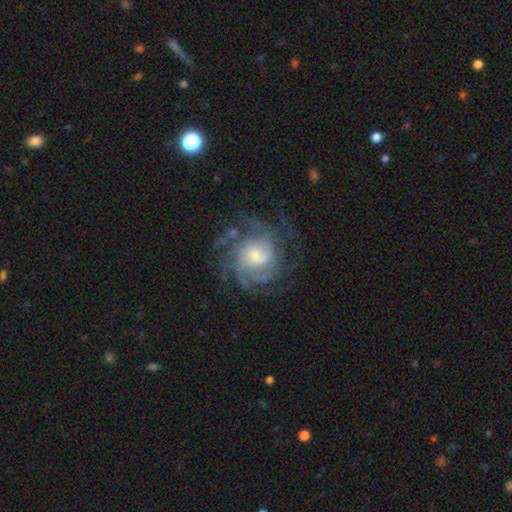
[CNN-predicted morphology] Smooth or featured? Predicted: featured or disk (p=0.83). Edge-on disk? Predicted: no (p=0.98). Bar? Predicted: no (p=0.58). Spiral arms? Predicted: yes (p=0.95). Spiral winding? Predicted: tight (p=0.52). Spiral arm count? Predicted: can't tell (p=0.31). Bulge size? Predicted: moderate (p=0.45). Merging? Predicted: none (p=0.70).